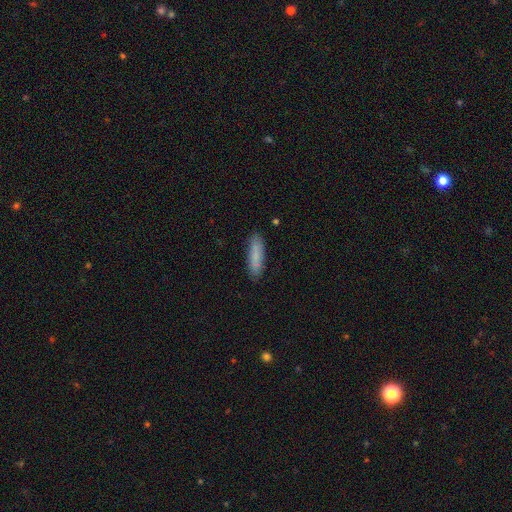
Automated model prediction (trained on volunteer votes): Smooth or featured? smooth (81%)
How rounded? cigar-shaped (67%)
Merging? none (86%)